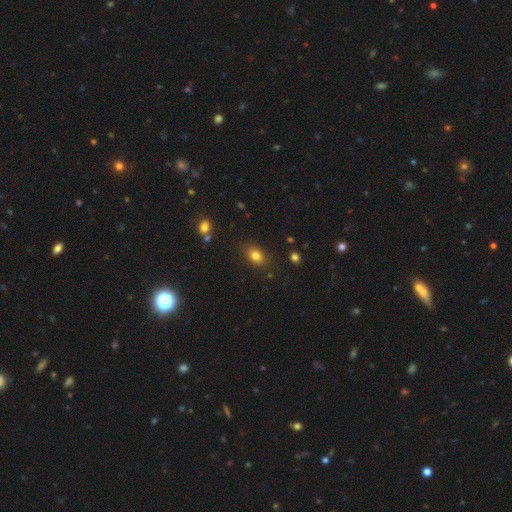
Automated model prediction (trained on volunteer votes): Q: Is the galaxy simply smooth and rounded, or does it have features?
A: smooth — 81%.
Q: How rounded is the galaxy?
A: in between — 72%.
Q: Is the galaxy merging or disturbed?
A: none — 82%.